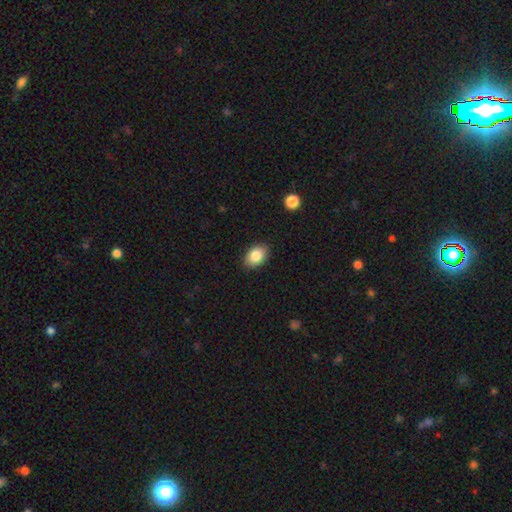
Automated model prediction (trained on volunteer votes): Morphology: type=smooth (85%); roundness=in between (83%); merging=none (86%).